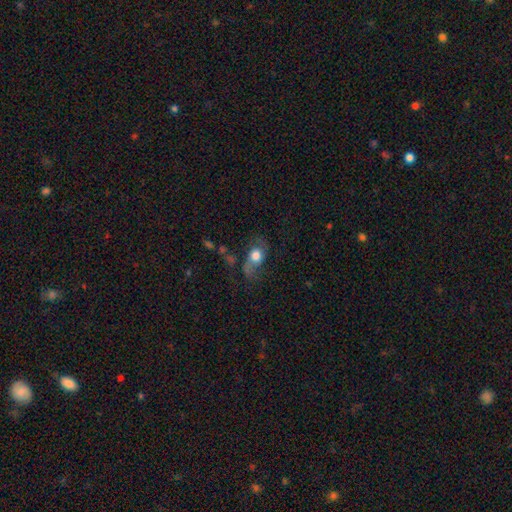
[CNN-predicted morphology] Q: Smooth or featured?
A: smooth (57%); runner-up: featured or disk (33%)
Q: How rounded?
A: in between (55%); runner-up: round (41%)
Q: Merging?
A: none (42%); runner-up: major disturbance (28%)